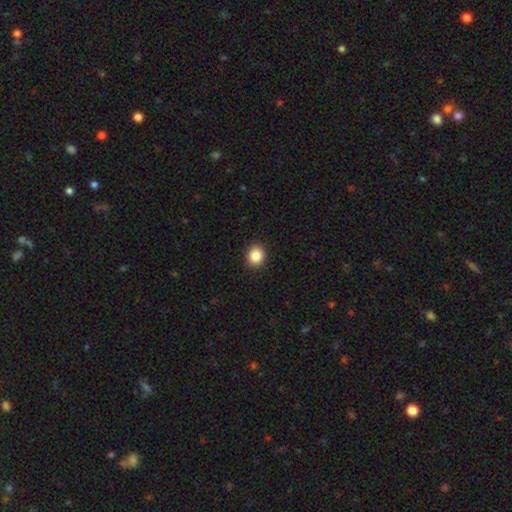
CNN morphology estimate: smooth 87%, star or artifact 10%, featured or disk 4%. Down the decision tree: how rounded — round (73%); merging — none (91%).